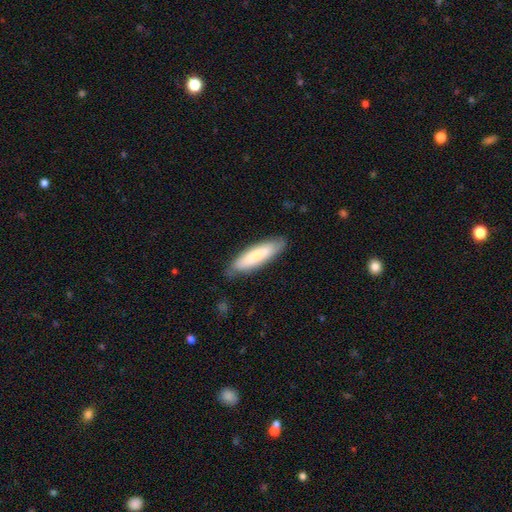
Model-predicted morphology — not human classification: The model was most divided on "how rounded": cigar-shaped: 69%, in between: 30%, round: 1%. More confident: merging — none (81%); smooth or featured — smooth (76%).